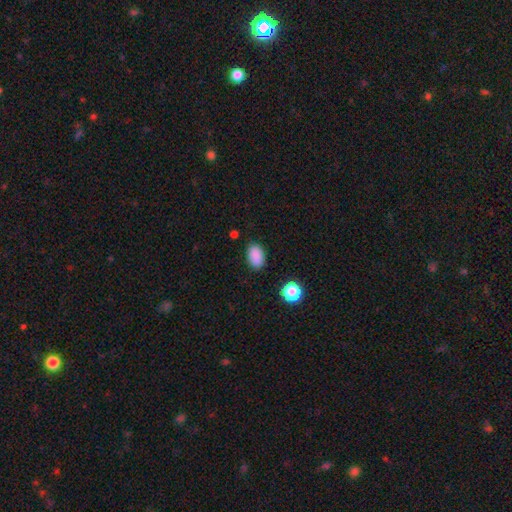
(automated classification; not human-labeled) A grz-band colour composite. It shows a smooth galaxy with no disk features (88%) that is in between round and cigar-shaped (88%). Merging: none (84%).